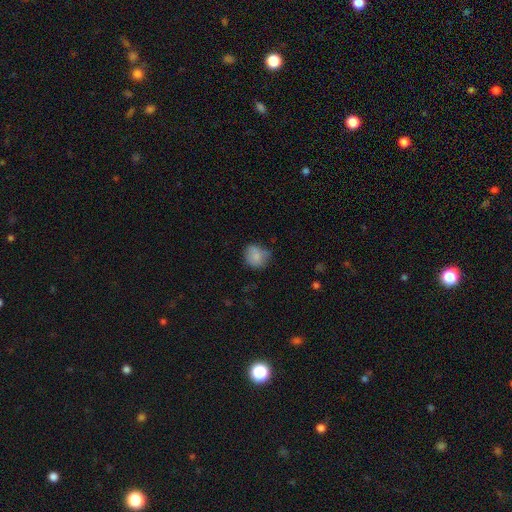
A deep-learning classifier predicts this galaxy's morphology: Smooth or featured? smooth (79%)
How rounded? round (69%)
Merging? none (60%)